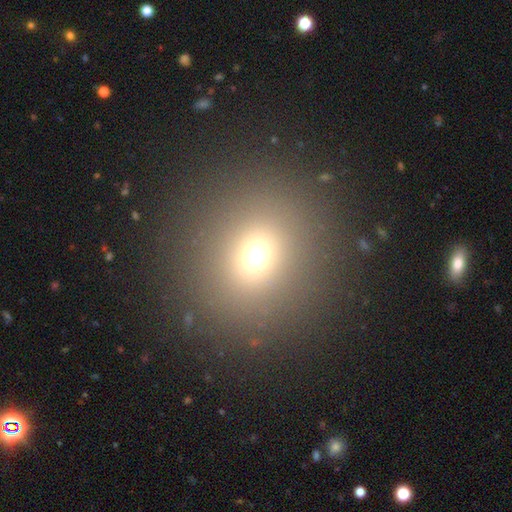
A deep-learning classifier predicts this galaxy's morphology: Overall: smooth (67%). How rounded: round (88%). Merging: none (90%).